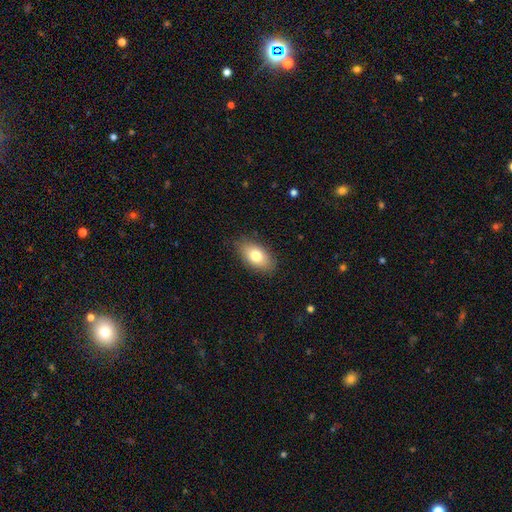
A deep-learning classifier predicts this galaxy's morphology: smooth-or-featured: smooth: 77% | featured or disk: 15% | star or artifact: 8%
  how-rounded: in between: 90% | round: 7% | cigar-shaped: 3%
  merging: none: 85% | minor disturbance: 11% | major disturbance: 3% | merger: 1%